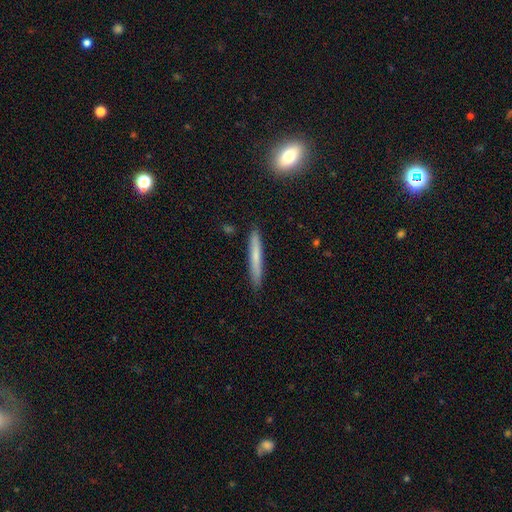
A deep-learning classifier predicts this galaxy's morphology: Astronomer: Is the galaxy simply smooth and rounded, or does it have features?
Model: smooth — 66%.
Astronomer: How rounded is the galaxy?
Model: cigar-shaped — 95%.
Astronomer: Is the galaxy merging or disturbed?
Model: none — 89%.